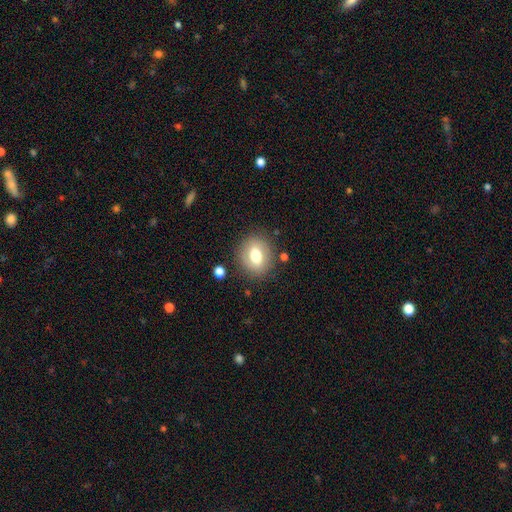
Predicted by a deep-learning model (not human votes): Smooth or featured? smooth (70%)
How rounded? round (59%)
Merging? none (82%)